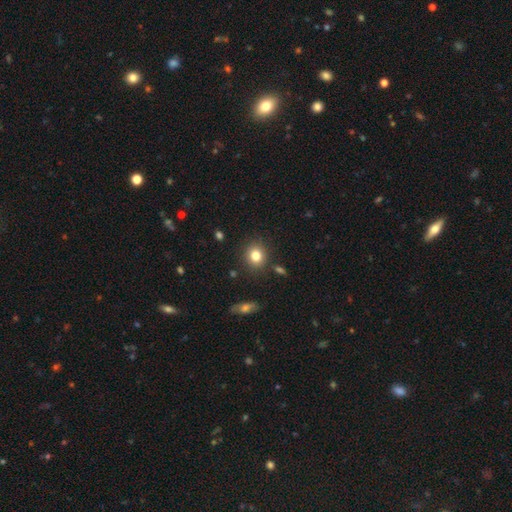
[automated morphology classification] Q: Smooth or featured?
A: smooth (81%); runner-up: star or artifact (11%)
Q: How rounded?
A: round (83%); runner-up: in between (16%)
Q: Merging?
A: none (87%); runner-up: minor disturbance (8%)